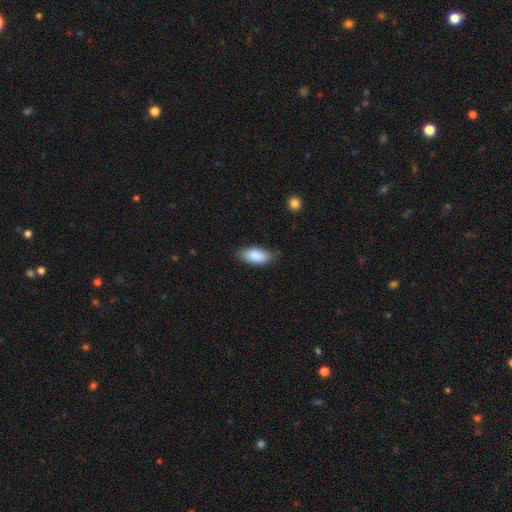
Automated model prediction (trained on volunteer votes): A smooth galaxy with no disk features (87%) that is in between round and cigar-shaped (89%). Merging: none (78%).